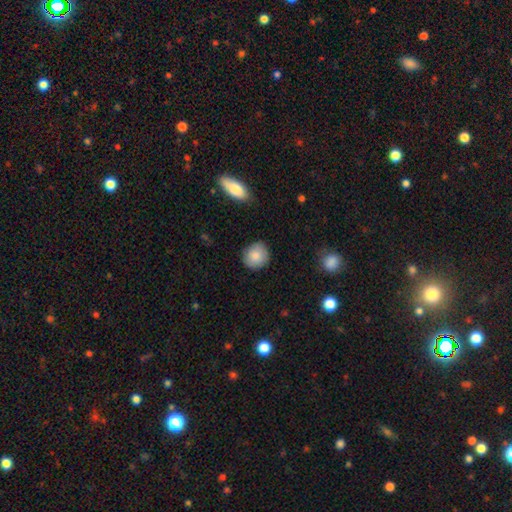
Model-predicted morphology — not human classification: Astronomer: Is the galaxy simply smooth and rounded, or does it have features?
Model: smooth — 83%.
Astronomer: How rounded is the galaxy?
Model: round — 87%.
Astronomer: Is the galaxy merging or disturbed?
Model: none — 85%.